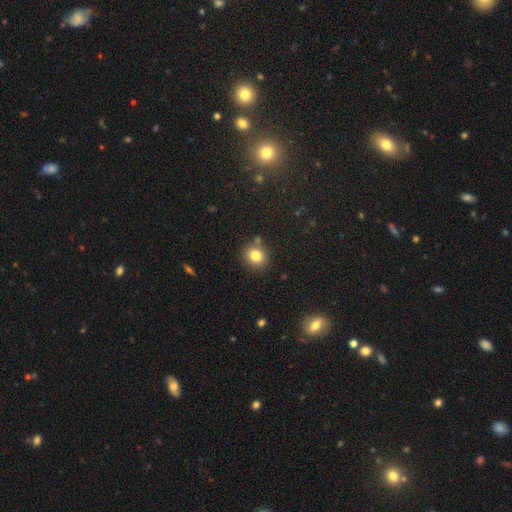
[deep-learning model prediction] smooth 81%, star or artifact 12%, featured or disk 7%. Down the decision tree: how rounded — round (82%); merging — none (80%).